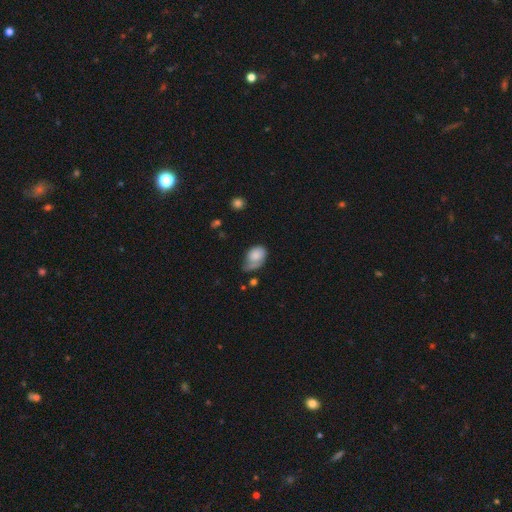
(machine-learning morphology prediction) type=smooth (75%); roundness=in between (77%); merging=minor disturbance (37%).